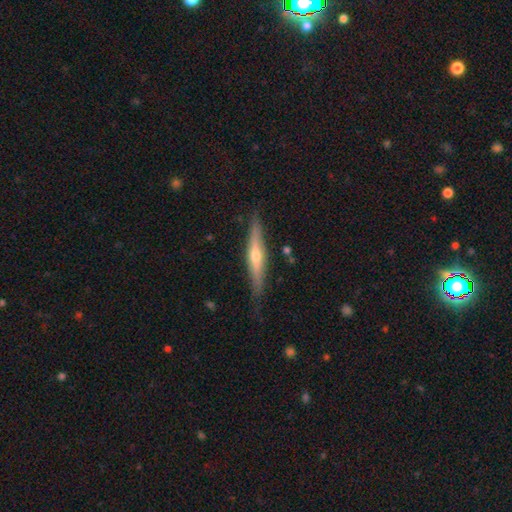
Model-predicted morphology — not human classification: Smooth or featured? Predicted: featured or disk (p=0.68). Edge-on disk? Predicted: yes (p=0.95). Edge-on bulge? Predicted: rounded (p=0.84). Merging? Predicted: none (p=0.84).